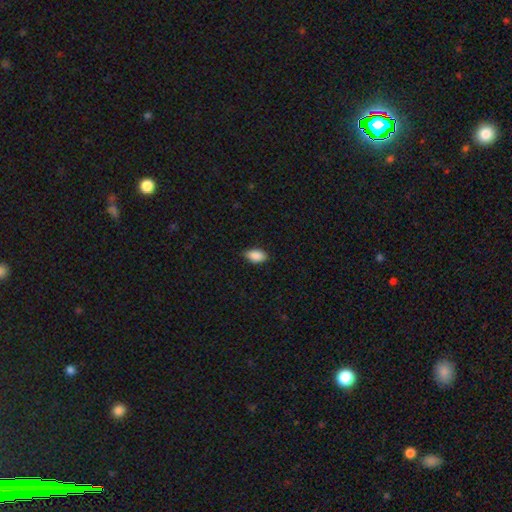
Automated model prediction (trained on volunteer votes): smooth 89%, star or artifact 7%, featured or disk 4%. Down the decision tree: how rounded — in between (92%); merging — none (83%).